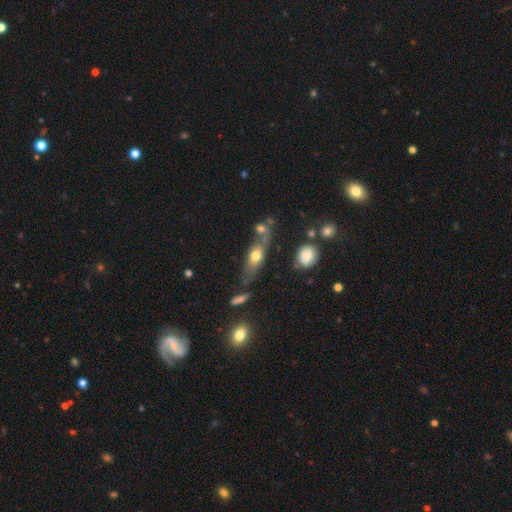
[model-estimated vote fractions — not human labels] This appears to be a smooth galaxy with no disk features (60%) that is in between round and cigar-shaped (64%). Merging: none (42%).